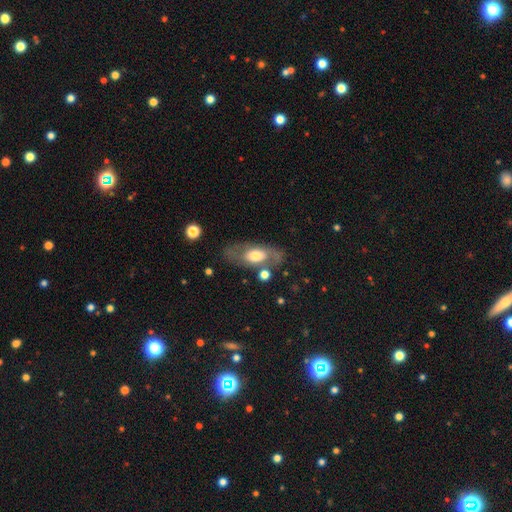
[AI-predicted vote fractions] This appears to be a smooth galaxy with no disk features (49%). Merging: none (64%).